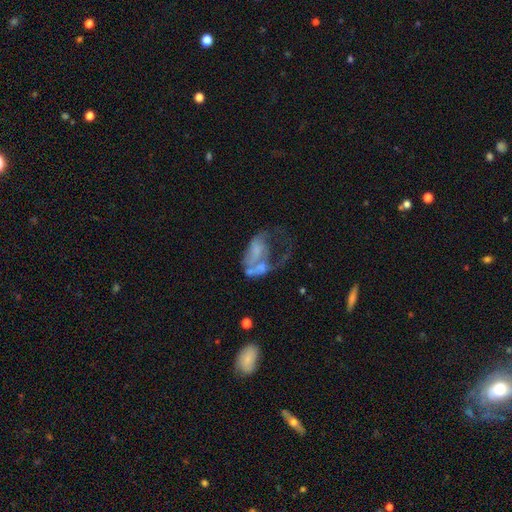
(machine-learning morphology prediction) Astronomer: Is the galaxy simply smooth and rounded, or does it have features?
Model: featured or disk — 58%.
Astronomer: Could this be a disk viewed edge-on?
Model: no — 96%.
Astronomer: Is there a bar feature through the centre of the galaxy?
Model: no — 86%.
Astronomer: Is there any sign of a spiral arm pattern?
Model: no — 78%.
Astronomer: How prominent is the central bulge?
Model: none — 56%.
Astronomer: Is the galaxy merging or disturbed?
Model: major disturbance — 45% (runner-up: merger, 26%).